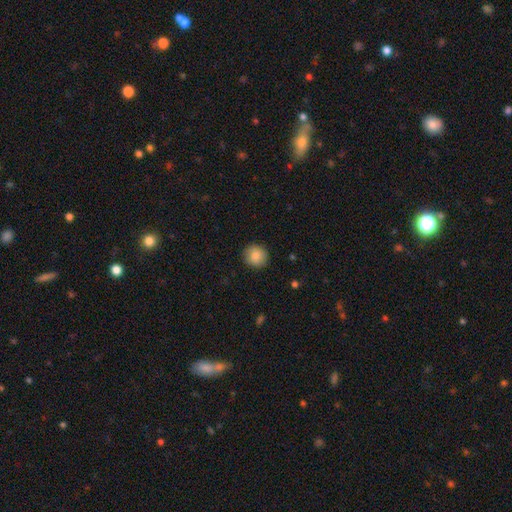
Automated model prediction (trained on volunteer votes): smooth-or-featured: smooth: 87% | star or artifact: 8% | featured or disk: 5%
  how-rounded: round: 87% | in between: 12% | cigar-shaped: 1%
  merging: none: 90% | minor disturbance: 7% | major disturbance: 2% | merger: 1%